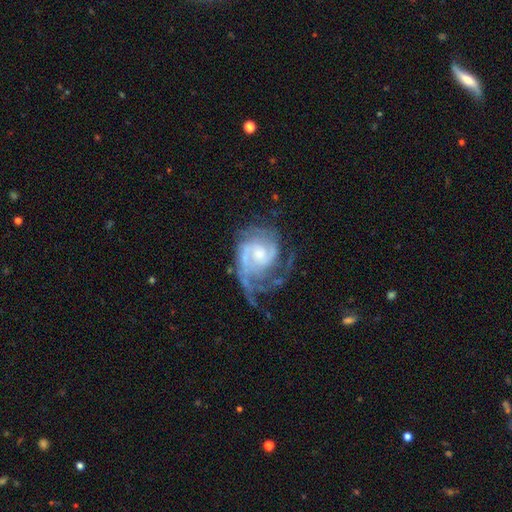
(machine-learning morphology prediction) This is clearly a featured or disk galaxy (86%). It is clearly not viewed edge-on (98%). Bar: possibly no (53%). Spiral arm pattern: clearly yes (96%). Spiral arm count: marginally 2 (38%). Spiral winding: possibly tight (45%). Central bulge: marginally small (45%, tied with moderate). Merging: possibly none (50%).